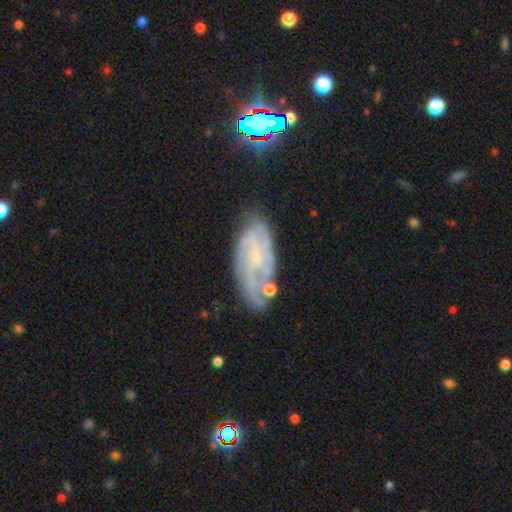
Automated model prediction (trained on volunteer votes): The model was most divided on "spiral winding": tight: 49%, medium: 37%, loose: 14%. Remaining: edge-on disk — no (92%); spiral arms — yes (86%); smooth or featured — featured or disk (72%); merging — none (62%); bulge size — small (58%); bar — no (53%); spiral arm count — can't tell (43%).